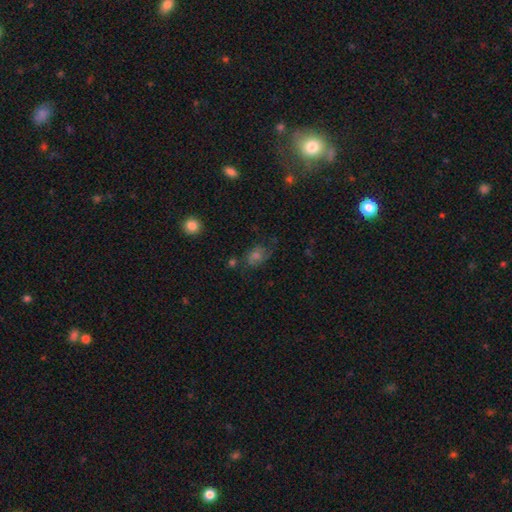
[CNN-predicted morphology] smooth 42%, featured or disk 35%, star or artifact 23%. Down the decision tree: merging — none (65%).